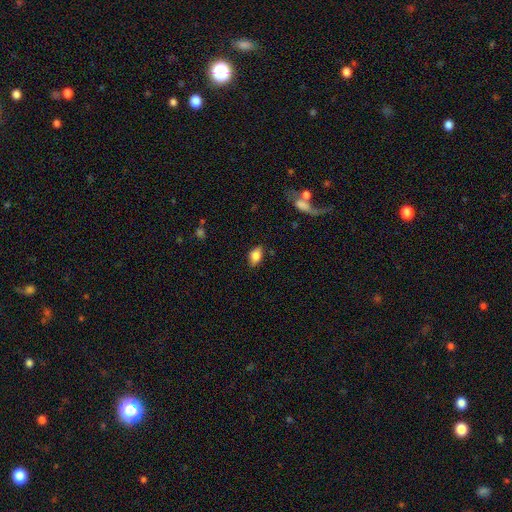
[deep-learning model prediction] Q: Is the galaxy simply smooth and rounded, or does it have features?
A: smooth — 82%.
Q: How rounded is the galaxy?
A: in between — 87%.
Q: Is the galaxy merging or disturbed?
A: none — 79%.